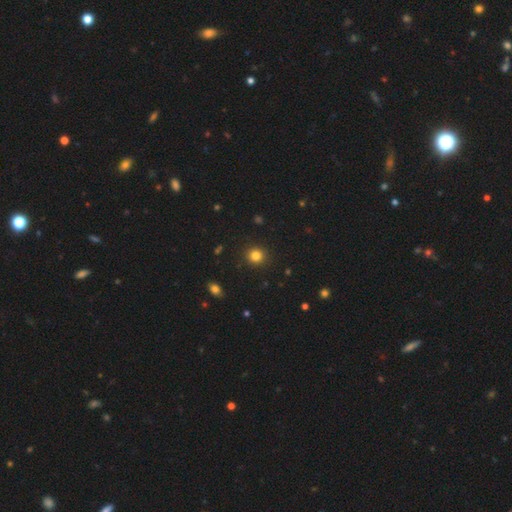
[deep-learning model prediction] Smooth or featured?
  - smooth: 82% *
  - star or artifact: 13%
  - featured or disk: 5%
How rounded?
  - round: 91% *
  - in between: 8%
  - cigar-shaped: 1%
Merging?
  - none: 92% *
  - minor disturbance: 5%
  - major disturbance: 2%
  - merger: 1%